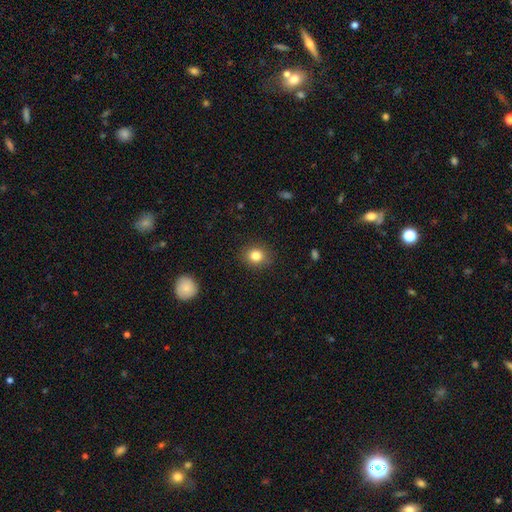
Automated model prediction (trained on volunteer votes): A smooth galaxy with no disk features (83%) that is round (74%).

Vote fractions:
- Smooth or featured? smooth: 83% / star or artifact: 11% / featured or disk: 7%
- How rounded? round: 74% / in between: 25% / cigar-shaped: 1%
- Merging? none: 88% / minor disturbance: 9% / major disturbance: 3% / merger: 1%